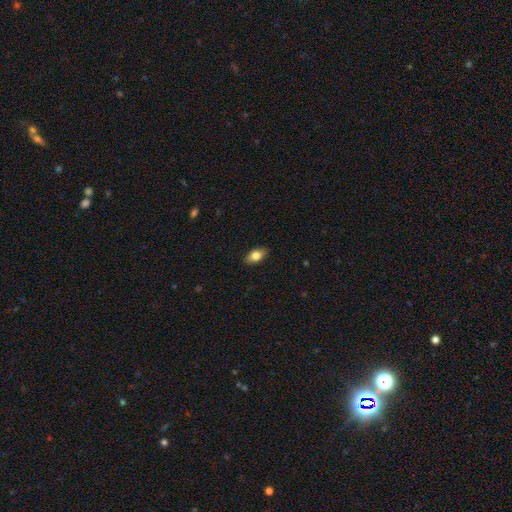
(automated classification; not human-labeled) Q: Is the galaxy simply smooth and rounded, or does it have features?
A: smooth — 79%.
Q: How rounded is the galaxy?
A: in between — 89%.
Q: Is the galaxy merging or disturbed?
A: none — 88%.